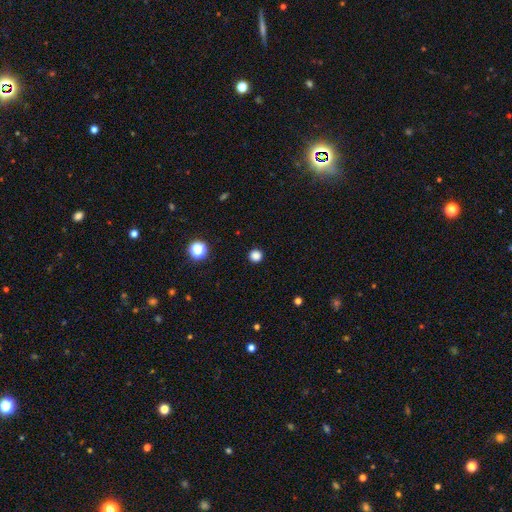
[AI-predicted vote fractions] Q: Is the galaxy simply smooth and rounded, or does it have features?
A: smooth — 83%.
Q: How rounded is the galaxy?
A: round — 95%.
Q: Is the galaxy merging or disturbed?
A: none — 93%.